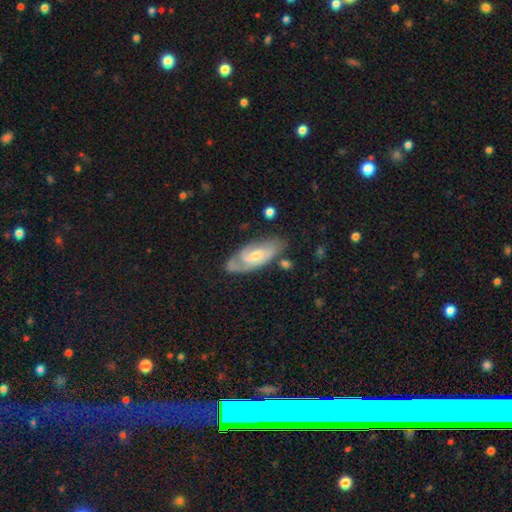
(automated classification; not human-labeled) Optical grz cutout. It shows a featured or disk galaxy (70%) with no bar (53%), 2 (44%) tight (54%) spiral arms (86%) and a moderate central bulge (53%). Merging: none (64%).